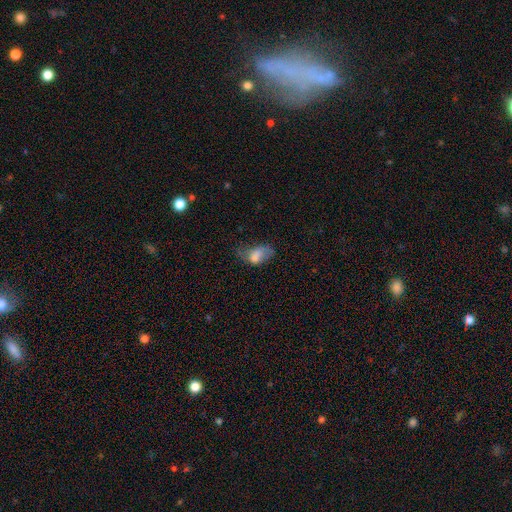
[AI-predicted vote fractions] A smooth galaxy with no disk features (67%) that is in between round and cigar-shaped (89%). Merging: major disturbance (33%).